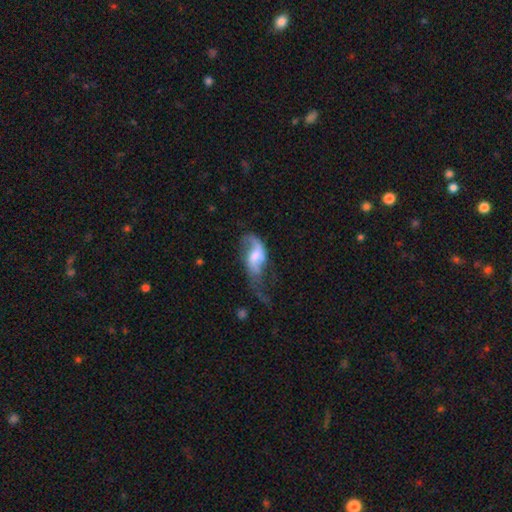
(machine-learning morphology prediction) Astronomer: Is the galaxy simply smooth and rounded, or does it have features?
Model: featured or disk — 66%.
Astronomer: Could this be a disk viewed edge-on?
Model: no — 94%.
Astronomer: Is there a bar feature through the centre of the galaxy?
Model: weak — 45% (runner-up: no, 39%).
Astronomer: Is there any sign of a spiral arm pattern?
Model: yes — 84%.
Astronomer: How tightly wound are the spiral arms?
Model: loose — 74%.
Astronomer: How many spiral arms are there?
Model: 2 — 73%.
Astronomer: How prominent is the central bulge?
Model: moderate — 36% (runner-up: small, 23%).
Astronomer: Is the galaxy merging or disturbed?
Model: major disturbance — 44% (runner-up: none, 28%).